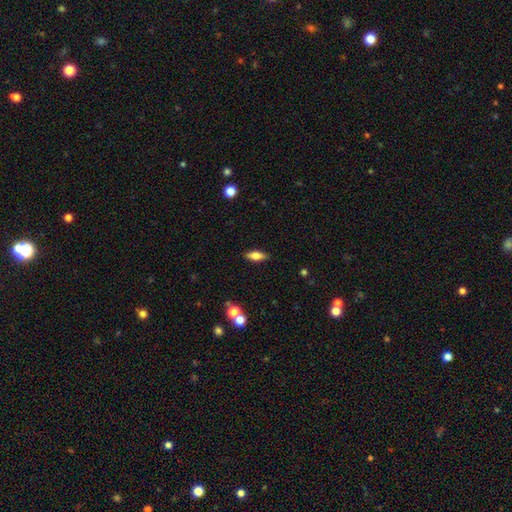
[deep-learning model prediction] smooth 66%, featured or disk 26%, star or artifact 8%. Down the decision tree: how rounded — in between (71%); merging — none (88%).